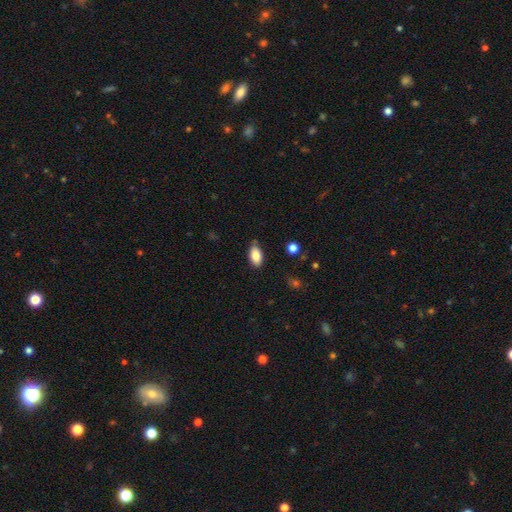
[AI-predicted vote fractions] smooth 85%, featured or disk 8%, star or artifact 7%. Down the decision tree: how rounded — in between (92%); merging — none (74%).